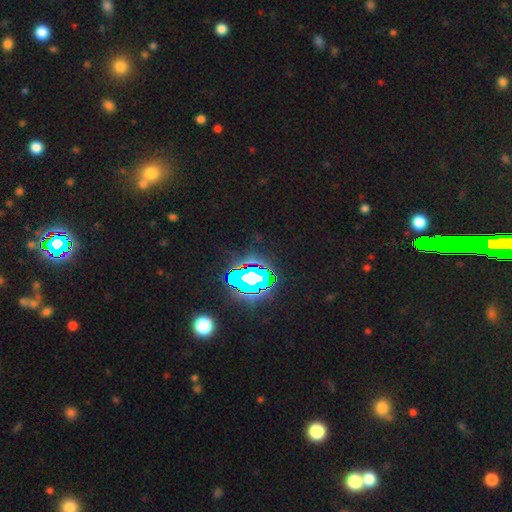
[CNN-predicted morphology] A star or artifact, not a galaxy (75%).

Vote fractions:
- Smooth or featured? star or artifact: 75% / smooth: 13% / featured or disk: 12%